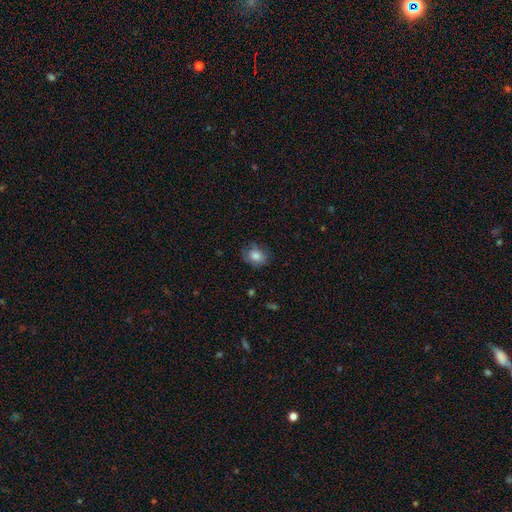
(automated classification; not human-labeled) A smooth galaxy with no disk features (77%) that is round (50%).

Vote fractions:
- Smooth or featured? smooth: 77% / featured or disk: 14% / star or artifact: 9%
- How rounded? round: 50% / in between: 49% / cigar-shaped: 1%
- Merging? none: 65% / minor disturbance: 25% / major disturbance: 8% / merger: 1%